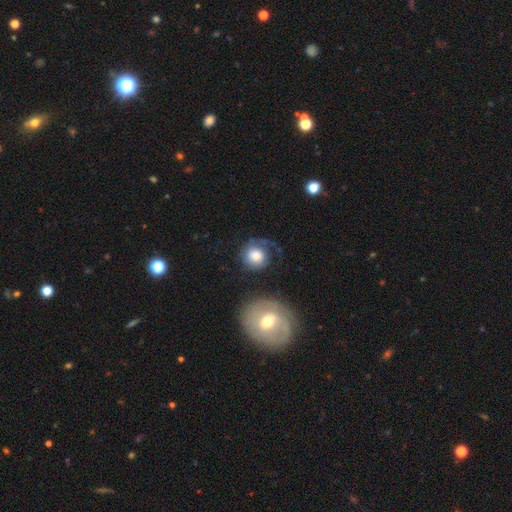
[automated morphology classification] smooth-or-featured: smooth: 67% | featured or disk: 25% | star or artifact: 7%
  how-rounded: round: 83% | in between: 16% | cigar-shaped: 1%
  merging: none: 53% | minor disturbance: 22% | major disturbance: 18% | merger: 7%